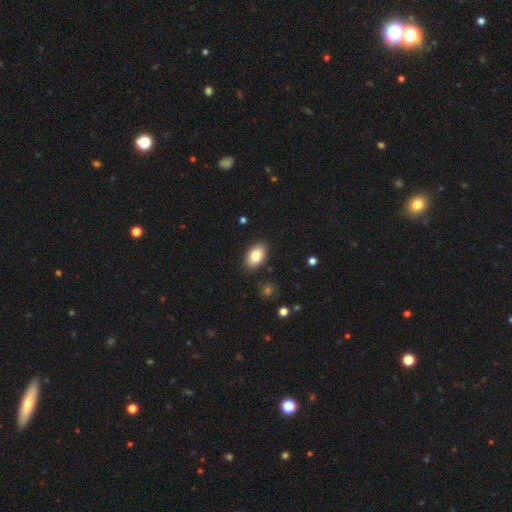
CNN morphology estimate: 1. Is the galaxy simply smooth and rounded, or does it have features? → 83% smooth, 10% featured or disk, 7% star or artifact.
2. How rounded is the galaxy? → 91% in between, 8% round, 1% cigar-shaped.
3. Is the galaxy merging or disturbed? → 88% none, 9% minor disturbance, 2% major disturbance, 1% merger.